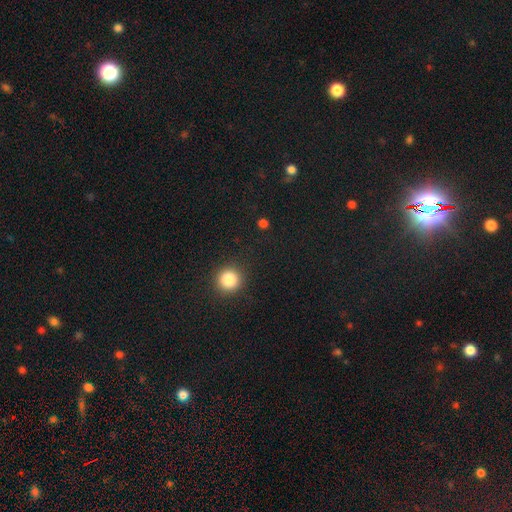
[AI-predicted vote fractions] Smooth or featured? star or artifact (53%)